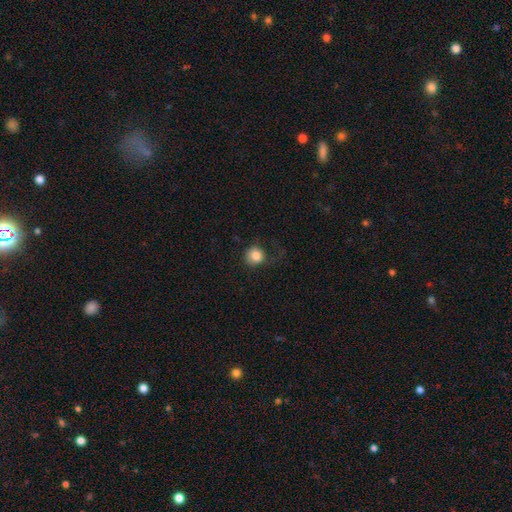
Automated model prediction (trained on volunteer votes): smooth-or-featured: smooth: 83% | star or artifact: 9% | featured or disk: 8%
  how-rounded: round: 87% | in between: 12% | cigar-shaped: 1%
  merging: none: 60% | minor disturbance: 20% | major disturbance: 19% | merger: 2%